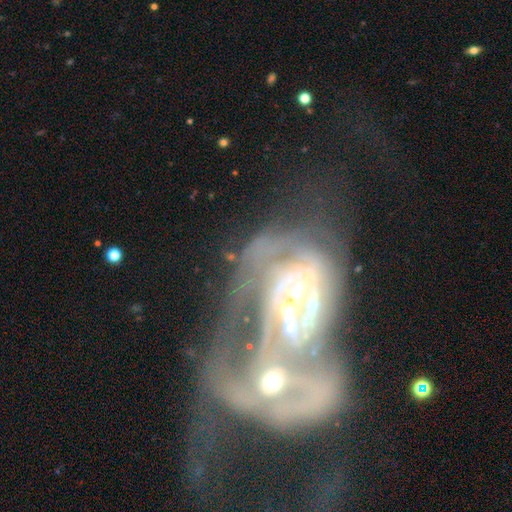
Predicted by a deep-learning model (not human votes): Smooth or featured?
  - featured or disk: 74% *
  - star or artifact: 14%
  - smooth: 12%
Edge-on disk?
  - no: 95% *
  - yes: 5%
Bar?
  - no: 49% *
  - weak: 27%
  - strong: 24%
Spiral arms?
  - yes: 67% *
  - no: 33%
Bulge size?
  - moderate: 42% *
  - small: 32%
  - none: 13%
  - large: 9%
  - dominant: 4%
Merging?
  - merger: 71% *
  - major disturbance: 17%
  - none: 7%
  - minor disturbance: 5%